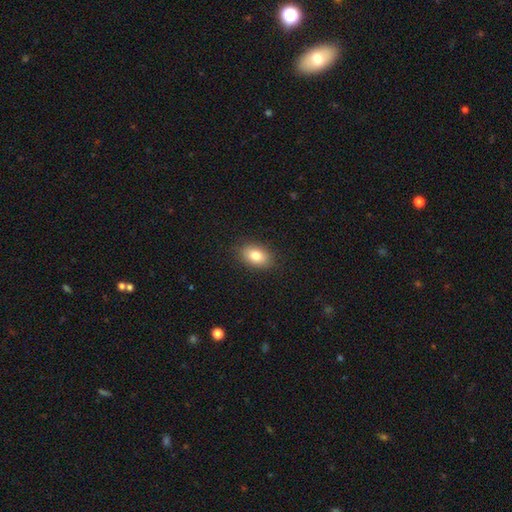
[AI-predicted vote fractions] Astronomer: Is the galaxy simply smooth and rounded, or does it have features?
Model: smooth — 83%.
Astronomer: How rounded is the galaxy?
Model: in between — 87%.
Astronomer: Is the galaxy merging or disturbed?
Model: none — 87%.